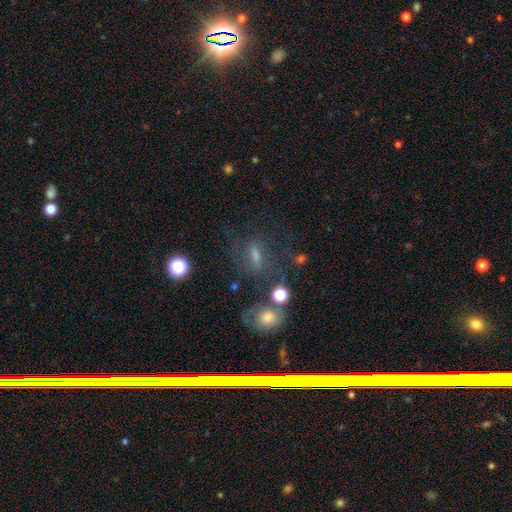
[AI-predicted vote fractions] Q: Smooth or featured?
A: smooth (42%); runner-up: featured or disk (37%)
Q: Merging?
A: none (53%); runner-up: minor disturbance (19%)